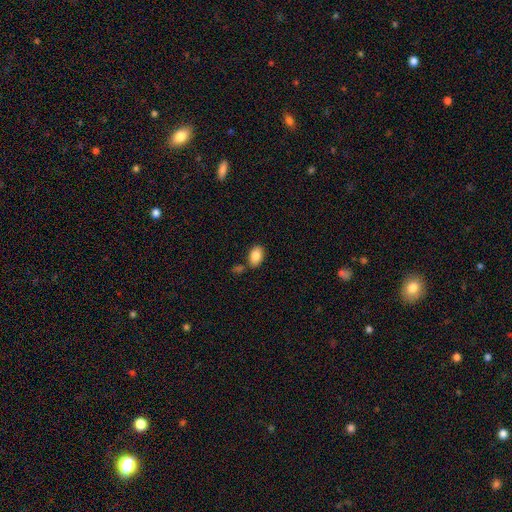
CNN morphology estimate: Smooth or featured?
  - smooth: 86% *
  - star or artifact: 7%
  - featured or disk: 7%
How rounded?
  - in between: 89% *
  - round: 10%
  - cigar-shaped: 1%
Merging?
  - none: 75% *
  - minor disturbance: 13%
  - merger: 9%
  - major disturbance: 3%